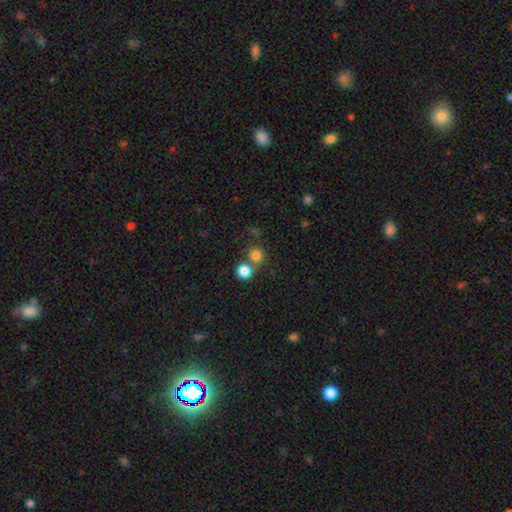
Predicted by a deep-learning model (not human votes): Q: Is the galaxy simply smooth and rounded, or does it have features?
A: smooth — 80%.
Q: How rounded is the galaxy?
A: round — 89%.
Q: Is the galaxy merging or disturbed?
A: none — 56%.